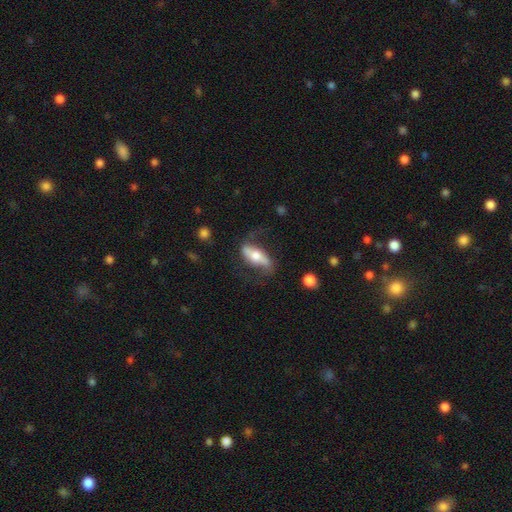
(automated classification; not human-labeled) This is likely a featured or disk galaxy (60%). It is likely not viewed edge-on (72%). Merging: likely none (64%).